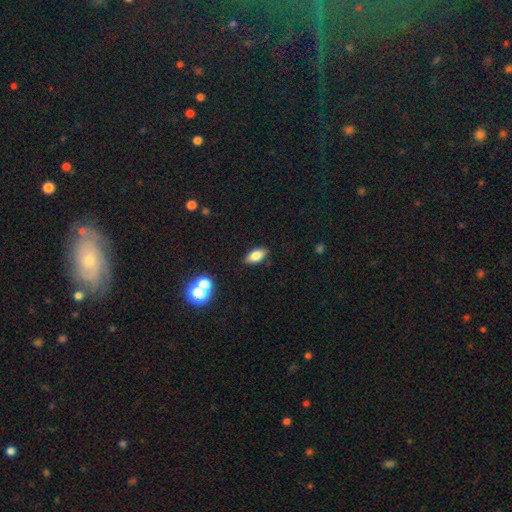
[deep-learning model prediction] Morphology: type=smooth (78%); roundness=in between (86%); merging=none (86%).